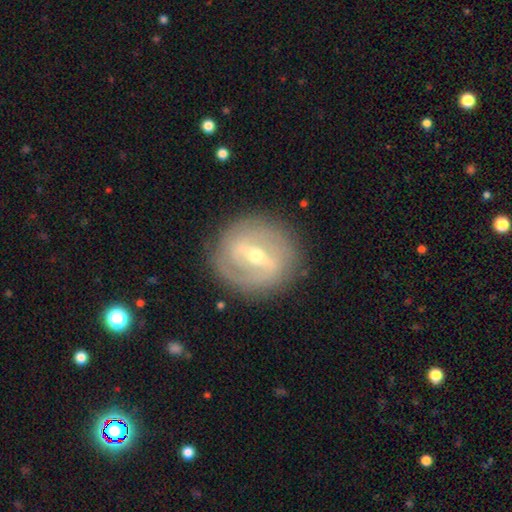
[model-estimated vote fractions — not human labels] Morphology: type=featured or disk (81%); edge-on=no (93%); bar=strong (59%); spiral arms=yes (76%); winding=tight (57%); arm count=2 (56%); bulge=moderate (52%); merging=none (83%).